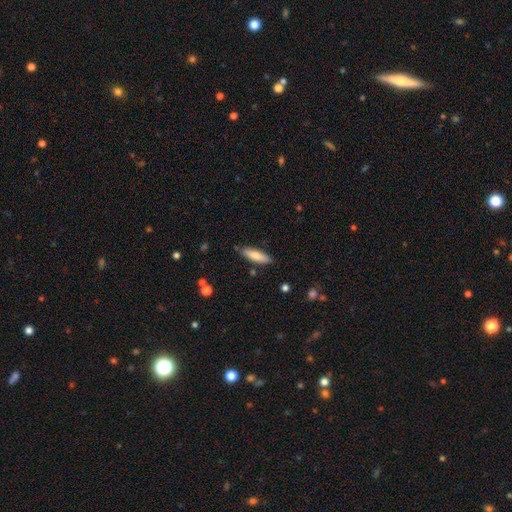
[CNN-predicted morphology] The model was most divided on "how rounded": cigar-shaped: 57%, in between: 41%, round: 1%. More confident: merging — none (83%); smooth or featured — smooth (79%).